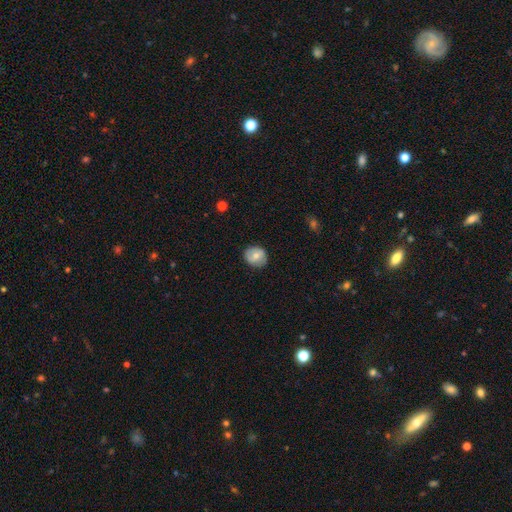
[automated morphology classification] This is likely a smooth galaxy (65%). How rounded: likely round (76%). Merging: clearly none (84%).